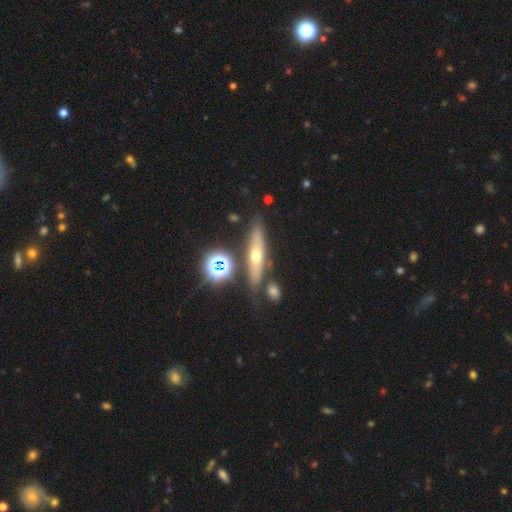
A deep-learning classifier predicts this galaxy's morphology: This appears to be a featured or disk galaxy (49%). Merging: none (75%).